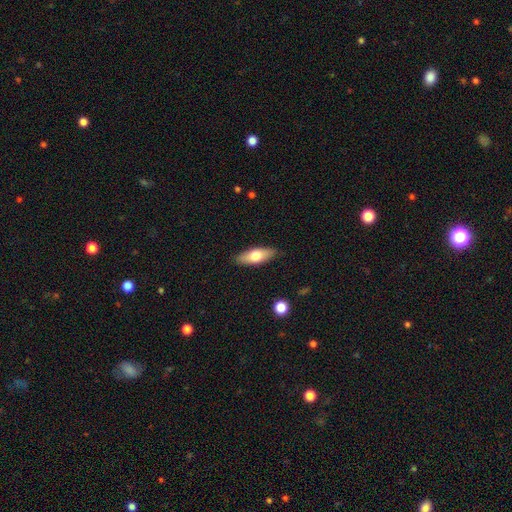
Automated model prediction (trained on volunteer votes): This is likely a smooth galaxy (66%). How rounded: likely in between (69%). Merging: clearly none (87%).